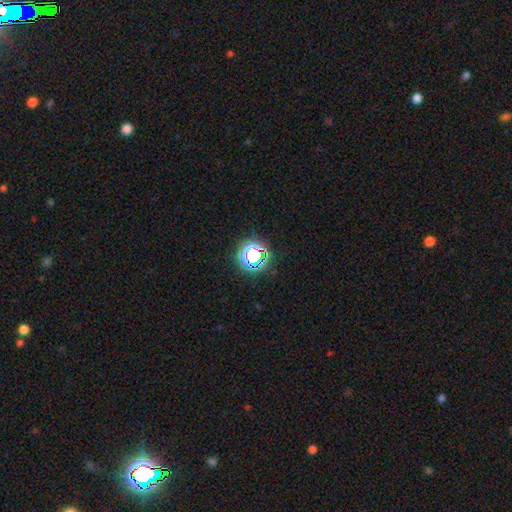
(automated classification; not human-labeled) Overall: star or artifact (72%).